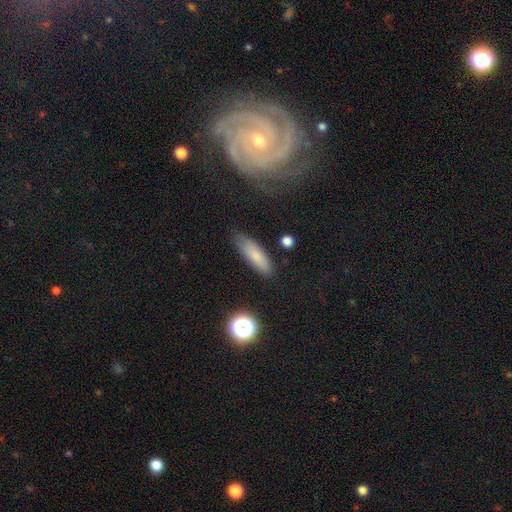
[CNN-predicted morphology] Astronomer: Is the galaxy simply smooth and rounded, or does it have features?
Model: smooth — 78%.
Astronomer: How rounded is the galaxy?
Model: cigar-shaped — 56% (runner-up: in between, 41%).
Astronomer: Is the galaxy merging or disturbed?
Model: none — 80%.